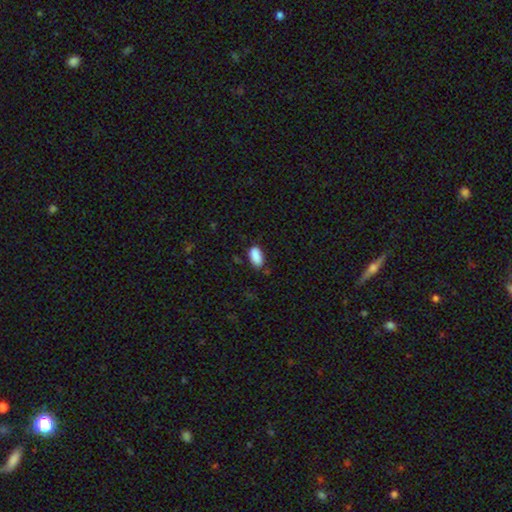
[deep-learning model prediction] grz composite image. It shows a smooth galaxy with no disk features (89%) that is in between round and cigar-shaped (92%). Merging: none (75%).